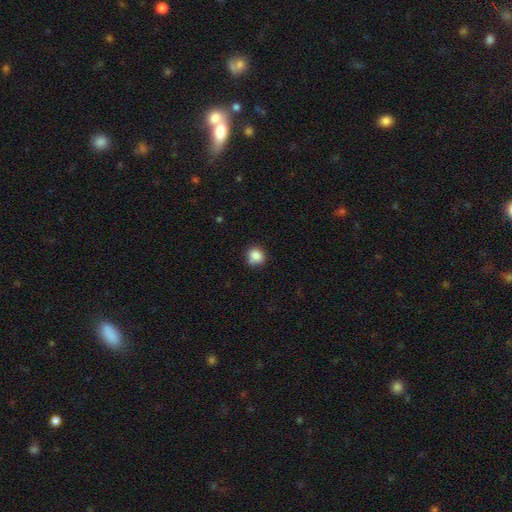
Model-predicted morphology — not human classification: Q: Smooth or featured?
A: smooth (84%); runner-up: star or artifact (10%)
Q: How rounded?
A: round (70%); runner-up: in between (28%)
Q: Merging?
A: none (66%); runner-up: minor disturbance (21%)